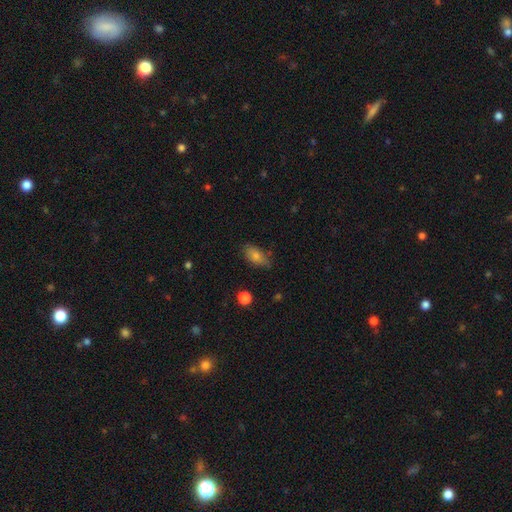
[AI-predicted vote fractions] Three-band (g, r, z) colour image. It shows a smooth galaxy with no disk features (76%) that is in between round and cigar-shaped (86%). Merging: none (75%).